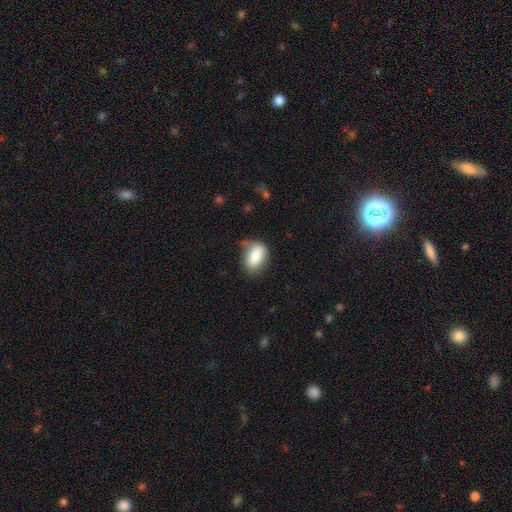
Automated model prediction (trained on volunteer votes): Smooth or featured? Predicted: smooth (p=0.80). How rounded? Predicted: in between (p=0.85). Merging? Predicted: none (p=0.53).